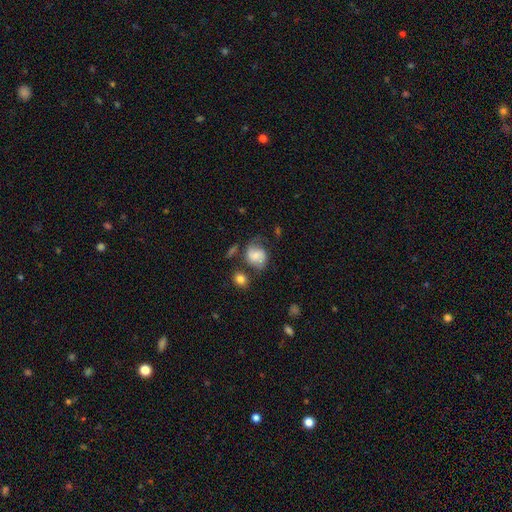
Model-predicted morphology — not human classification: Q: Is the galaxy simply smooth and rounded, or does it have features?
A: smooth — 50%.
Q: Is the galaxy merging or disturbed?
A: none — 48%.